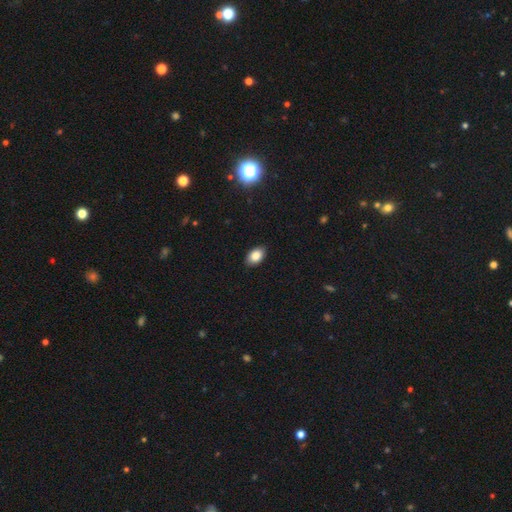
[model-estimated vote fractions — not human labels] Overall: smooth (85%). How rounded: in between (90%). Merging: none (89%).